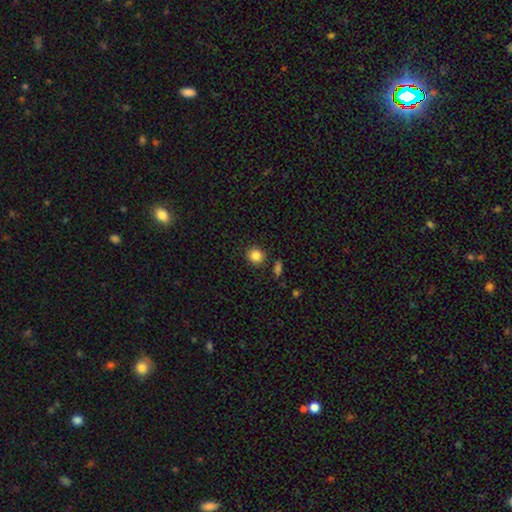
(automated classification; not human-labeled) This is clearly a smooth galaxy (85%). How rounded: clearly round (88%). Merging: clearly none (86%).